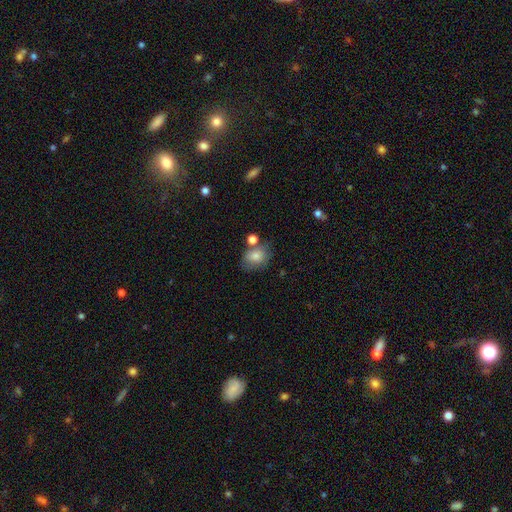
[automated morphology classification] type=smooth (80%); roundness=in between (60%); merging=none (56%).